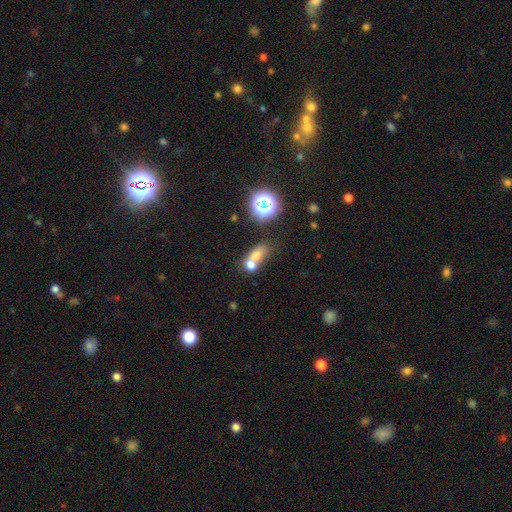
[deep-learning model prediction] Smooth or featured? smooth (65%)
How rounded? in between (55%)
Merging? merger (58%)